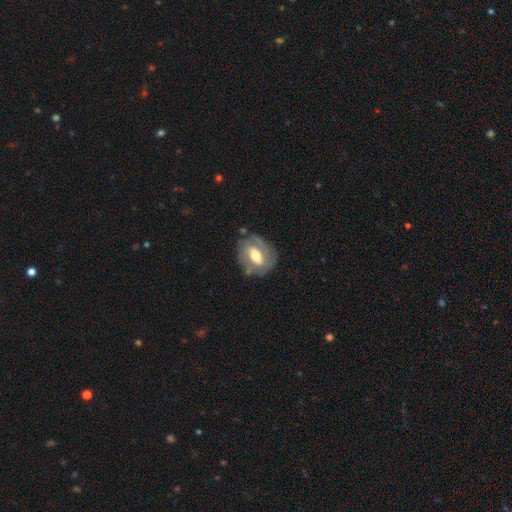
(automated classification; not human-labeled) A featured or disk galaxy (65%) with a weak bar (42%), spiral arms (62%) and a moderate central bulge (66%). Merging: none (63%).